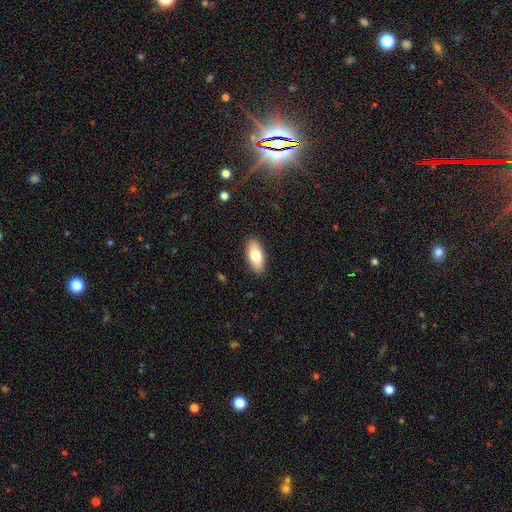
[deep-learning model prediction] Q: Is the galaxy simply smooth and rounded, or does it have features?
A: smooth — 77%.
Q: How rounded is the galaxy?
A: in between — 88%.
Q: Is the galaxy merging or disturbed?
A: none — 89%.